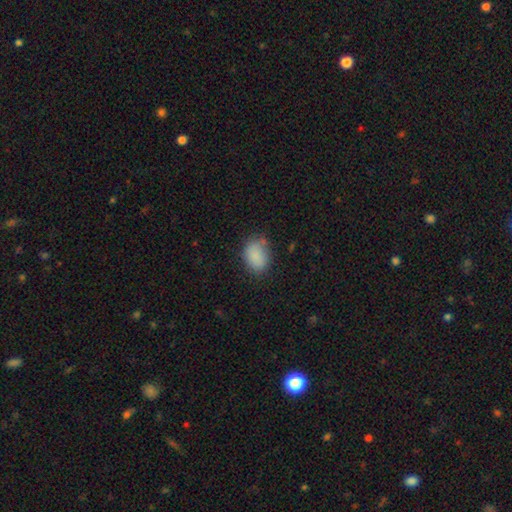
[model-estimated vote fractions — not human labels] Smooth or featured? Predicted: smooth (p=0.86). How rounded? Predicted: in between (p=0.72). Merging? Predicted: none (p=0.69).